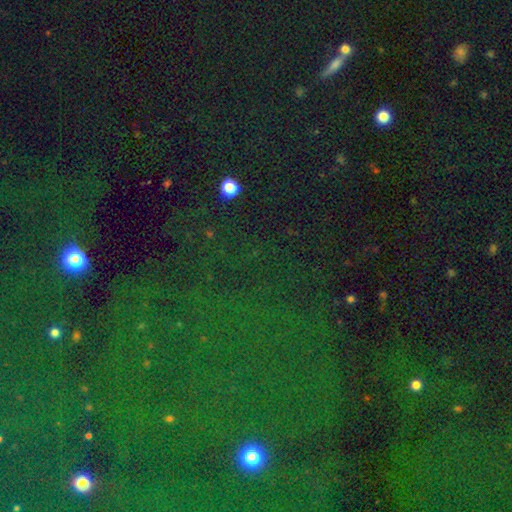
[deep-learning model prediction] A star or artifact, not a galaxy (78%).

Vote fractions:
- Smooth or featured? star or artifact: 78% / smooth: 14% / featured or disk: 9%